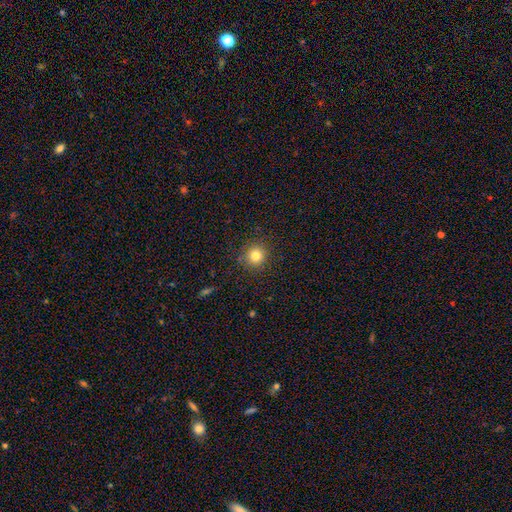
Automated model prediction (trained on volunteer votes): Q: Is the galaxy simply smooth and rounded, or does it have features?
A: smooth — 81%.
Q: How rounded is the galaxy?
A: round — 93%.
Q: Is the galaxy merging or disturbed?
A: none — 89%.